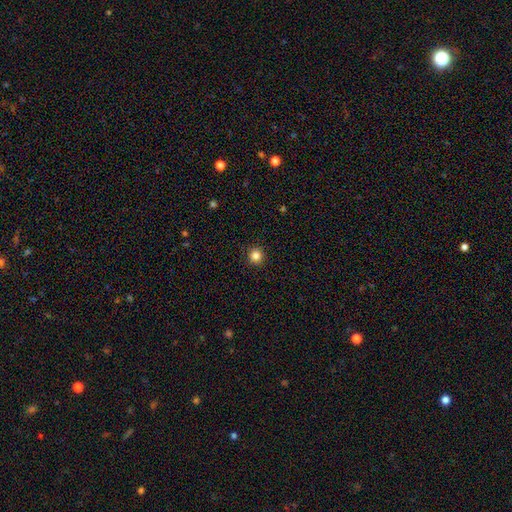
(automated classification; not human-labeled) smooth-or-featured: smooth: 84% | star or artifact: 12% | featured or disk: 4%
  how-rounded: round: 95% | in between: 4% | cigar-shaped: 1%
  merging: none: 93% | minor disturbance: 5% | major disturbance: 2% | merger: 1%